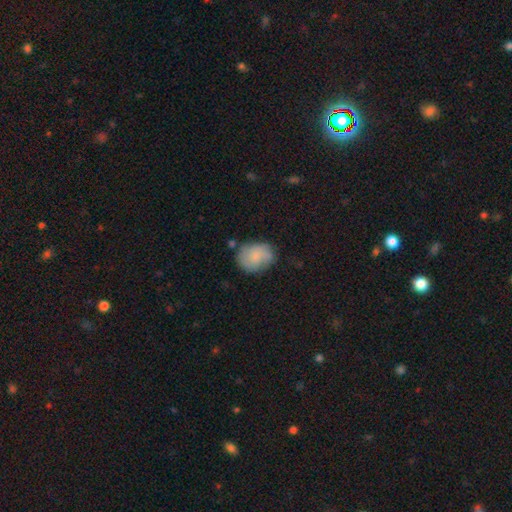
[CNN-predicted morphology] Smooth or featured: smooth — 73% (featured or disk — 19%)
How rounded: in between — 56% (round — 42%)
Merging: none — 60% (minor disturbance — 26%)